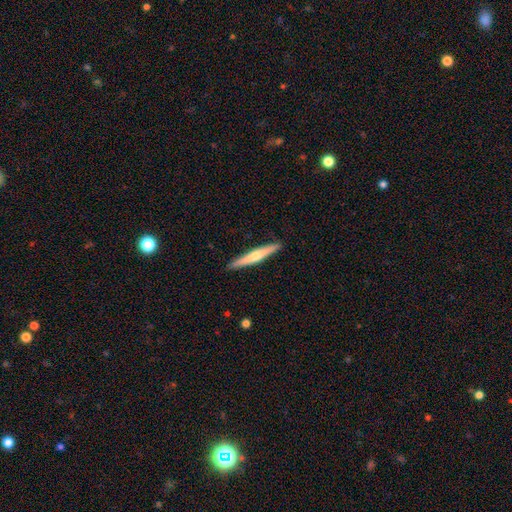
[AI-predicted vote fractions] smooth-or-featured: featured or disk: 50% | smooth: 45% | star or artifact: 5%
  disk-edge-on: yes: 97% | no: 3%
  merging: none: 91% | minor disturbance: 7% | major disturbance: 1% | merger: 1%